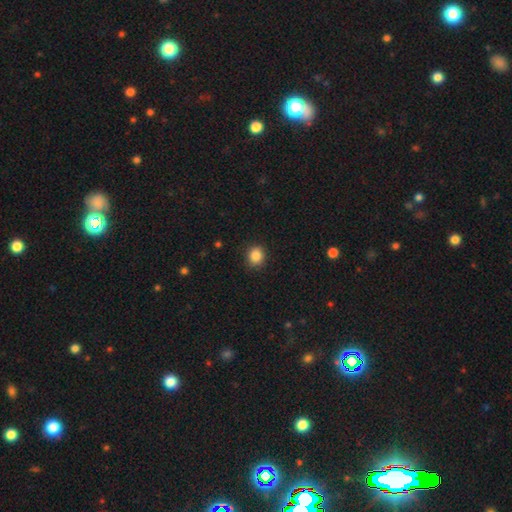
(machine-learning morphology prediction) smooth-or-featured: smooth: 87% | star or artifact: 10% | featured or disk: 3%
  how-rounded: round: 78% | in between: 21% | cigar-shaped: 1%
  merging: none: 88% | minor disturbance: 8% | major disturbance: 2% | merger: 1%